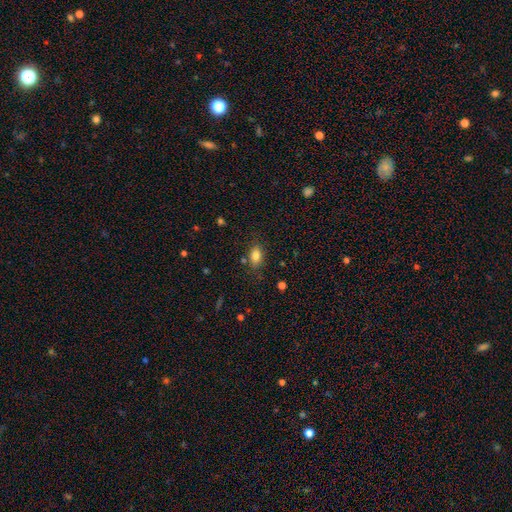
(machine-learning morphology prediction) A smooth galaxy with no disk features (82%) that is in between round and cigar-shaped (85%).

Vote fractions:
- Smooth or featured? smooth: 82% / star or artifact: 10% / featured or disk: 8%
- How rounded? in between: 85% / round: 10% / cigar-shaped: 5%
- Merging? none: 78% / minor disturbance: 14% / major disturbance: 4% / merger: 3%